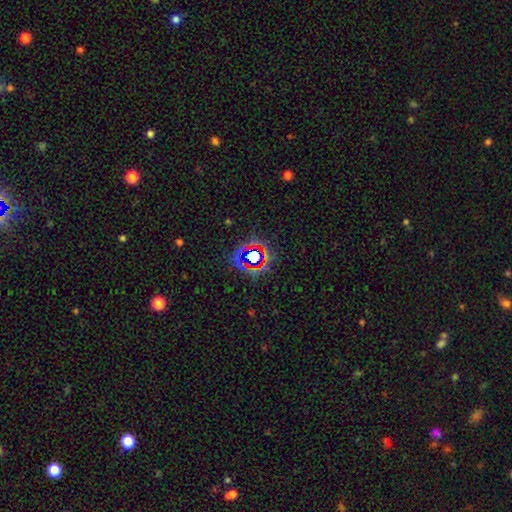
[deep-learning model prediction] smooth-or-featured: star or artifact: 52% | smooth: 27% | featured or disk: 21%